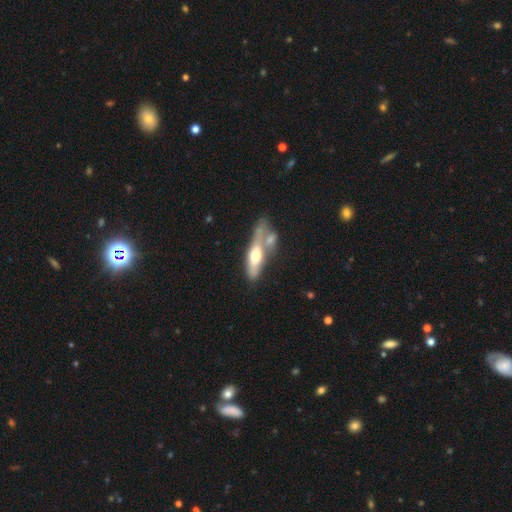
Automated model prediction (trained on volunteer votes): The model was most divided on "smooth or featured": smooth: 49%, featured or disk: 45%, star or artifact: 6%. Remaining: merging — merger (48%).